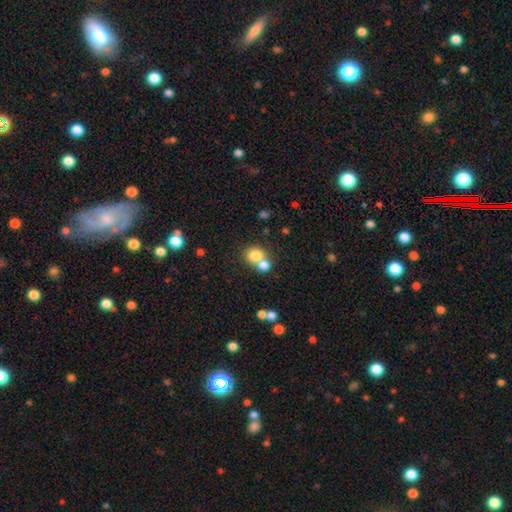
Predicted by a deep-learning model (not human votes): A smooth galaxy with no disk features (77%) that is round (80%). Merging: merger (46%).